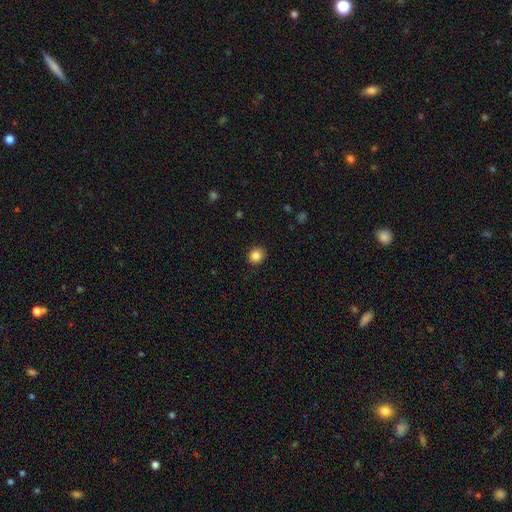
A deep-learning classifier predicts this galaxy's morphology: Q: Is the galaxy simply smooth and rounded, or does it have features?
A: smooth — 86%.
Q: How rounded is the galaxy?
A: round — 82%.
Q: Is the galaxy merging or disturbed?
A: none — 90%.